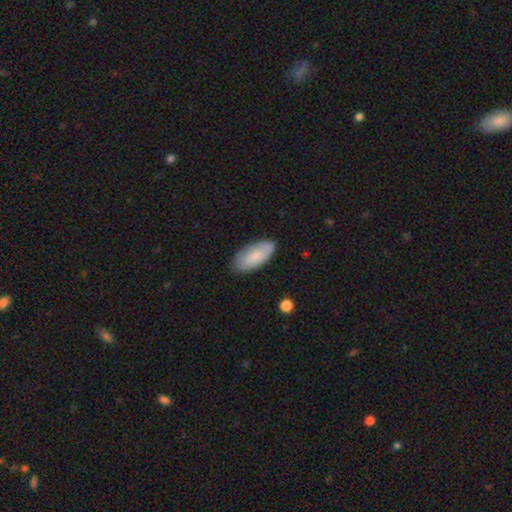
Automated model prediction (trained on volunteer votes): Smooth or featured? smooth (80%)
How rounded? in between (91%)
Merging? none (80%)